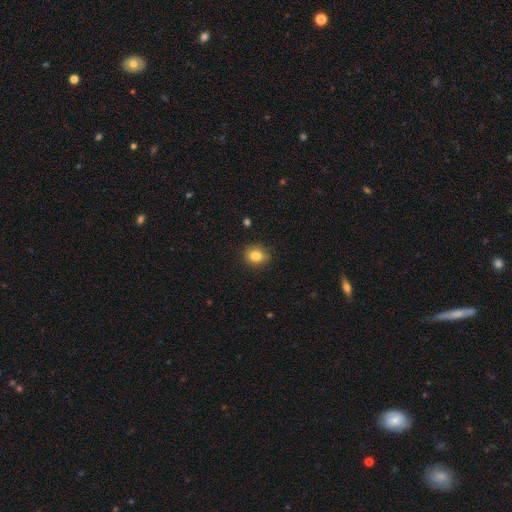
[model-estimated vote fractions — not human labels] Smooth or featured?
  - smooth: 84% *
  - star or artifact: 10%
  - featured or disk: 6%
How rounded?
  - round: 64% *
  - in between: 35%
  - cigar-shaped: 1%
Merging?
  - none: 81% *
  - minor disturbance: 15%
  - major disturbance: 3%
  - merger: 1%